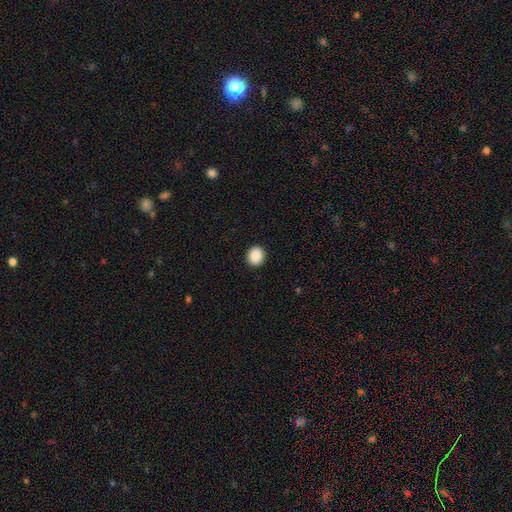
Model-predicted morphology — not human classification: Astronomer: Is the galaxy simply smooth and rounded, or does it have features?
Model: smooth — 90%.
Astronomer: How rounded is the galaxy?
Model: round — 70%.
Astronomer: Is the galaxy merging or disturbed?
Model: none — 92%.